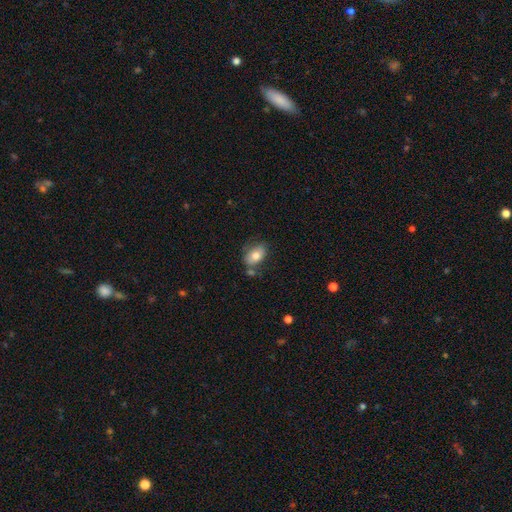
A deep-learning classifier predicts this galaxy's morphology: type=smooth (77%); roundness=in between (87%); merging=none (60%).